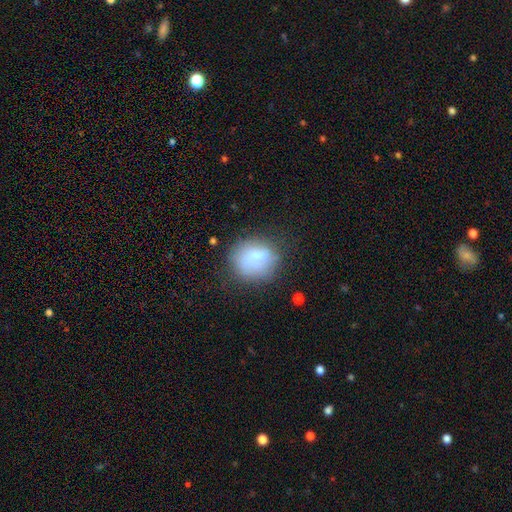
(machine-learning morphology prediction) A smooth galaxy with no disk features (70%) that is round (79%).

Vote fractions:
- Smooth or featured? smooth: 70% / featured or disk: 19% / star or artifact: 10%
- How rounded? round: 79% / in between: 19% / cigar-shaped: 1%
- Merging? none: 62% / minor disturbance: 22% / major disturbance: 10% / merger: 6%